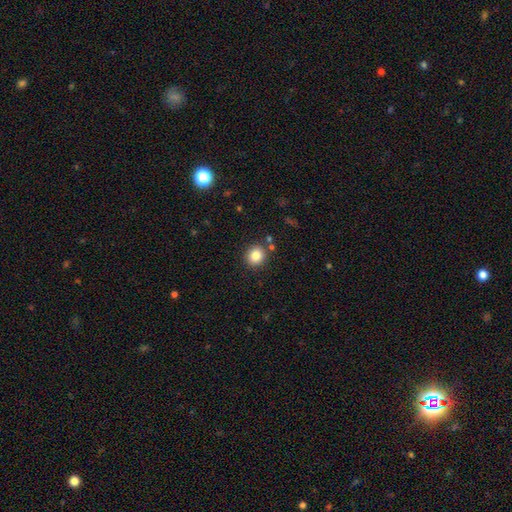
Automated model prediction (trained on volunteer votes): Smooth or featured: smooth — 83% (star or artifact — 11%)
How rounded: round — 87% (in between — 12%)
Merging: none — 87% (minor disturbance — 7%)